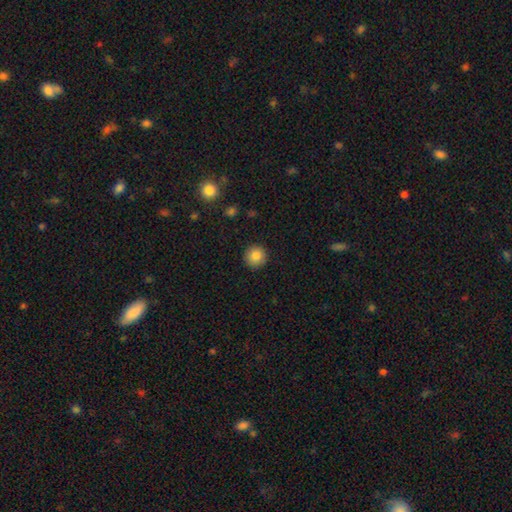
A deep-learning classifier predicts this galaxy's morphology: A smooth galaxy with no disk features (85%) that is round (95%). Merging: none (91%).